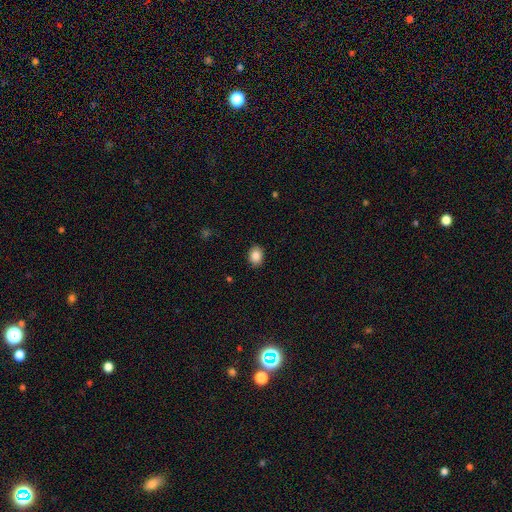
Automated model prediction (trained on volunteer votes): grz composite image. It shows a smooth galaxy with no disk features (87%) that is in between round and cigar-shaped (61%). Merging: none (89%).